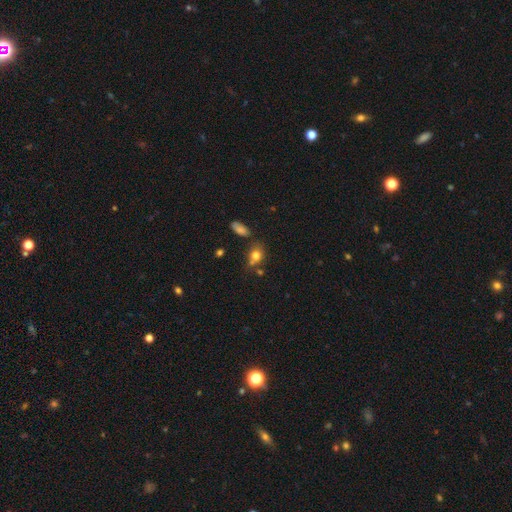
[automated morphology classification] This appears to be a smooth galaxy with no disk features (77%) that is in between round and cigar-shaped (54%). Merging: none (56%).